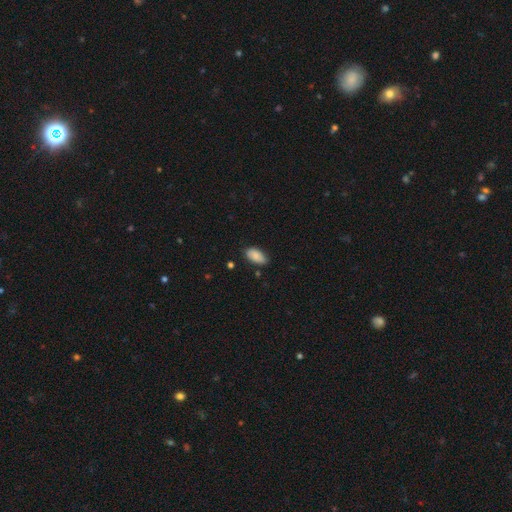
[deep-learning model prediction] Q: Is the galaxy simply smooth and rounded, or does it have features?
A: smooth — 87%.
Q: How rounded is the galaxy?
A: in between — 94%.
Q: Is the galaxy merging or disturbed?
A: none — 75%.